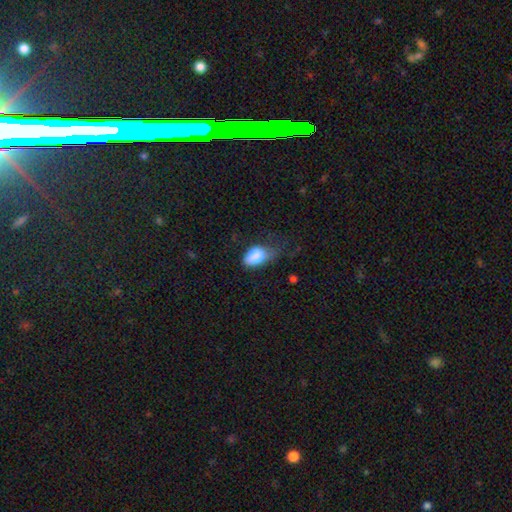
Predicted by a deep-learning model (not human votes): This is clearly a smooth galaxy (83%). How rounded: clearly in between (90%). Merging: marginally minor disturbance (40%).